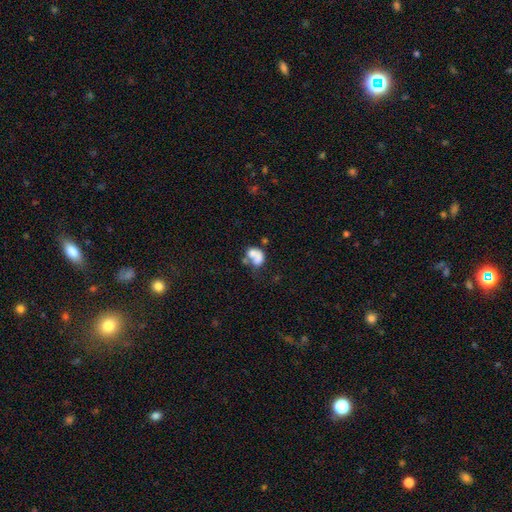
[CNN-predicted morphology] A smooth galaxy with no disk features (59%) that is in between round and cigar-shaped (63%).

Vote fractions:
- Smooth or featured? smooth: 59% / featured or disk: 30% / star or artifact: 11%
- How rounded? in between: 63% / round: 36% / cigar-shaped: 1%
- Merging? merger: 48% / none: 21% / major disturbance: 18% / minor disturbance: 14%